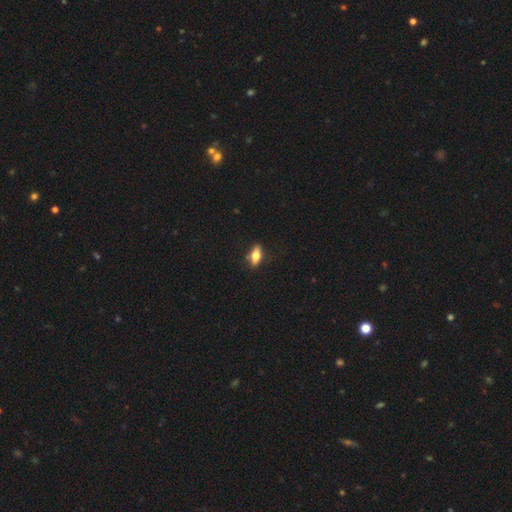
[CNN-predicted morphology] Smooth or featured: smooth — 62% (featured or disk — 30%)
How rounded: in between — 73% (cigar-shaped — 22%)
Merging: none — 82% (minor disturbance — 14%)